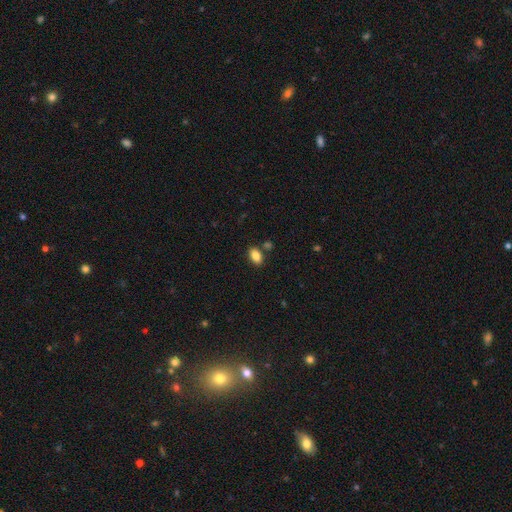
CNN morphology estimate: Smooth or featured?
  - smooth: 86% *
  - star or artifact: 8%
  - featured or disk: 6%
How rounded?
  - in between: 90% *
  - round: 7%
  - cigar-shaped: 2%
Merging?
  - none: 81% *
  - minor disturbance: 10%
  - merger: 7%
  - major disturbance: 3%